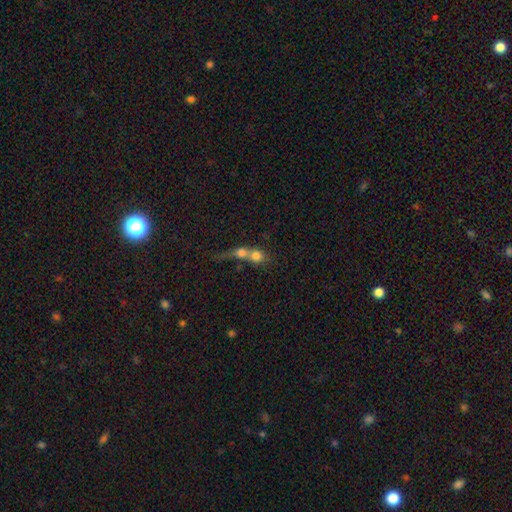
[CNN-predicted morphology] Q: Smooth or featured?
A: smooth (69%); runner-up: featured or disk (21%)
Q: How rounded?
A: round (67%); runner-up: in between (27%)
Q: Merging?
A: merger (75%); runner-up: none (15%)